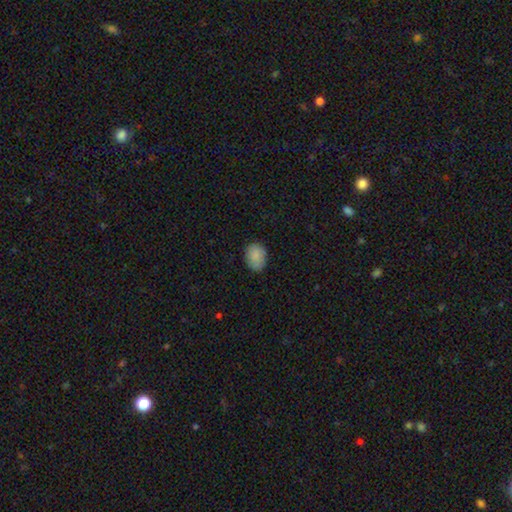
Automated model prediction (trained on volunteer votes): The model was most divided on "how rounded": in between: 64%, round: 35%, cigar-shaped: 1%. More confident: smooth or featured — smooth (87%); merging — none (81%).